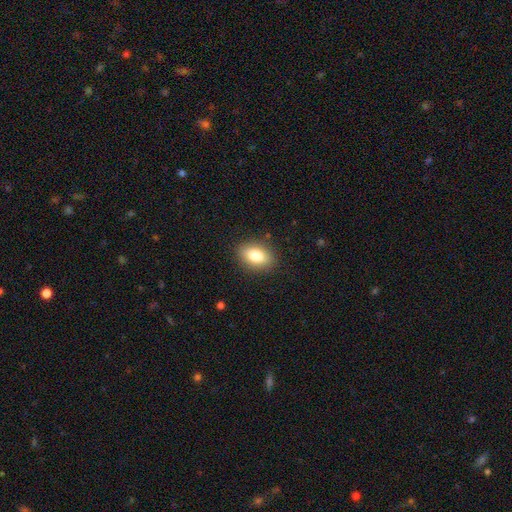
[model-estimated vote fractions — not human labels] The model was most divided on "how rounded": in between: 83%, round: 14%, cigar-shaped: 2%. More confident: merging — none (87%); smooth or featured — smooth (82%).